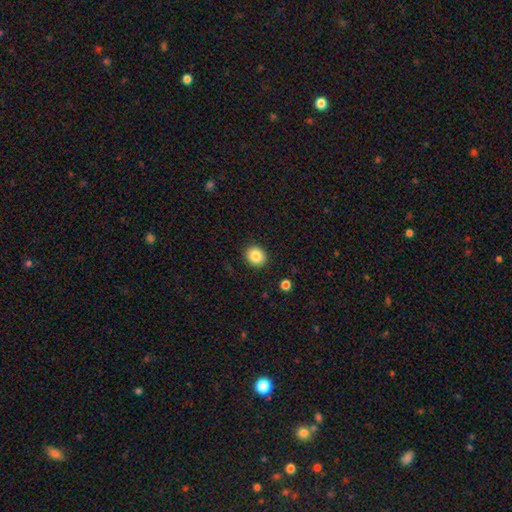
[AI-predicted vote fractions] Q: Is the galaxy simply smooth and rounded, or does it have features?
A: smooth — 86%.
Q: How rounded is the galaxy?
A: round — 76%.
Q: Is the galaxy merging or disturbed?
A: none — 90%.